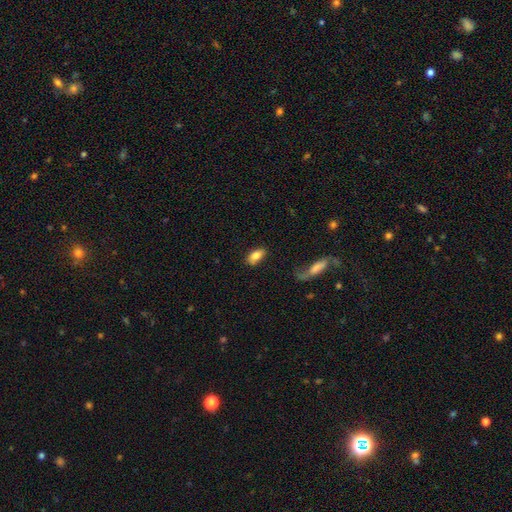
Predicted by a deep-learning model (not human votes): Smooth or featured?
  - smooth: 80% *
  - featured or disk: 12%
  - star or artifact: 7%
How rounded?
  - in between: 89% *
  - cigar-shaped: 7%
  - round: 4%
Merging?
  - none: 80% *
  - minor disturbance: 13%
  - major disturbance: 4%
  - merger: 3%